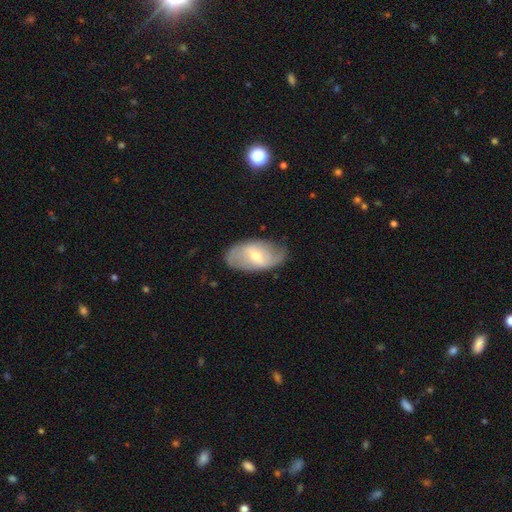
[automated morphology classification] A featured or disk galaxy (61%) with a weak bar (53%), spiral arms (71%) and a moderate central bulge (56%). Merging: none (71%).